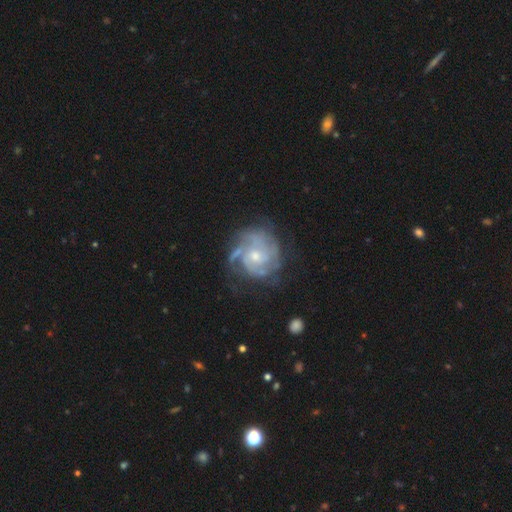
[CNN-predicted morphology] Smooth or featured? Predicted: featured or disk (p=0.86). Edge-on disk? Predicted: no (p=0.98). Bar? Predicted: no (p=0.70). Spiral arms? Predicted: yes (p=0.94). Spiral winding? Predicted: tight (p=0.60). Spiral arm count? Predicted: can't tell (p=0.30). Bulge size? Predicted: moderate (p=0.49). Merging? Predicted: none (p=0.61).